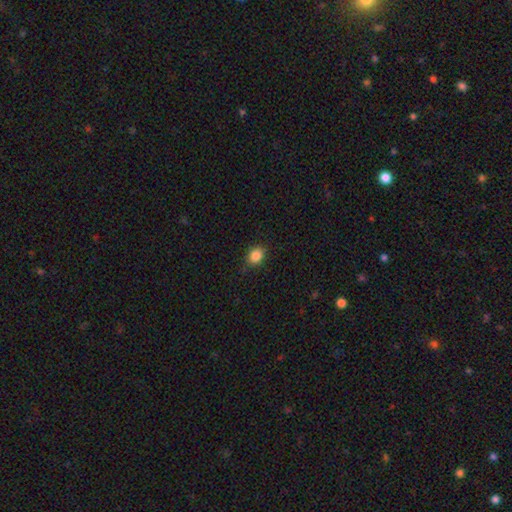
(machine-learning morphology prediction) A smooth galaxy with no disk features (86%) that is in between round and cigar-shaped (52%). Merging: none (84%).